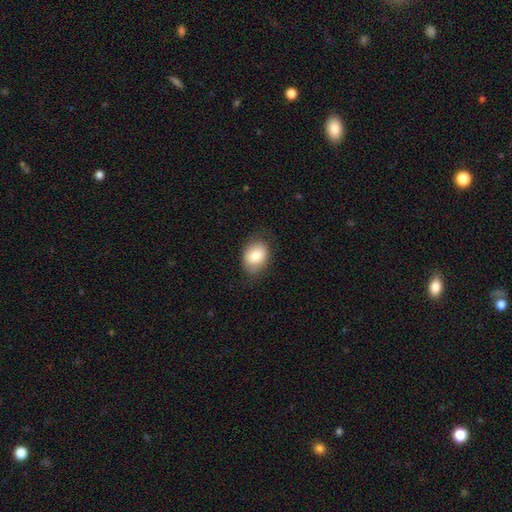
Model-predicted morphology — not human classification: This appears to be a smooth galaxy with no disk features (79%) that is in between round and cigar-shaped (69%). Merging: none (76%).